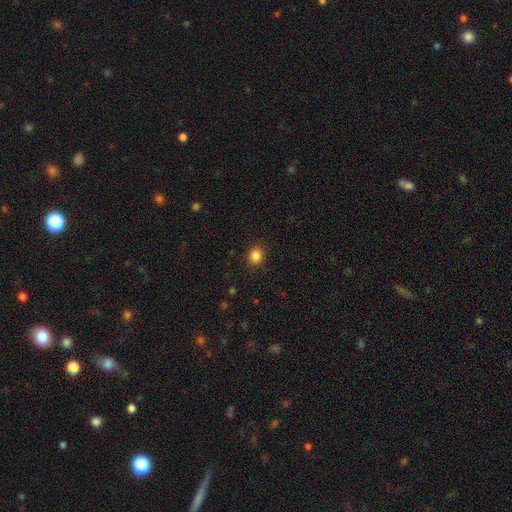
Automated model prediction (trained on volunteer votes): Overall: smooth (85%). How rounded: round (65%; in between 34%). Merging: none (88%).